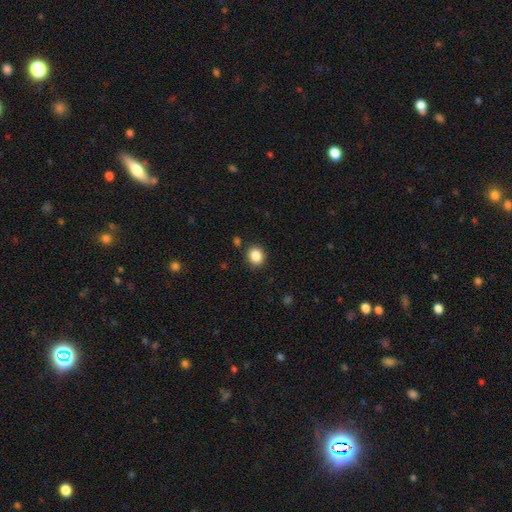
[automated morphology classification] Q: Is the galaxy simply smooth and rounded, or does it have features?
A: smooth — 86%.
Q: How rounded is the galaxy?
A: round — 71%.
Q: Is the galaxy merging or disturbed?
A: none — 88%.